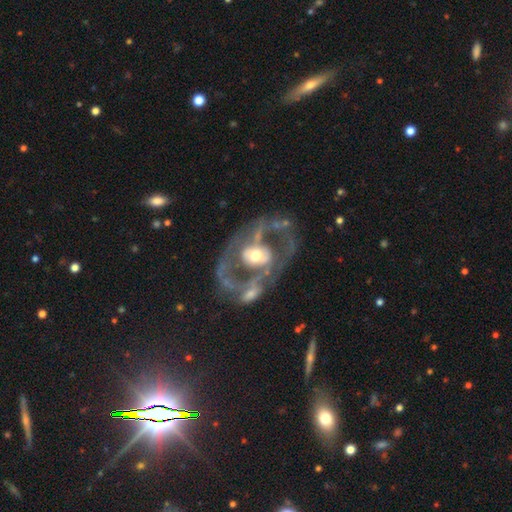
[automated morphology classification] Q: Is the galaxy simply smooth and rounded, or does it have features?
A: featured or disk — 76%.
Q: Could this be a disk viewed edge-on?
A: no — 95%.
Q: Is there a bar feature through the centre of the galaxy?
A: no — 59%.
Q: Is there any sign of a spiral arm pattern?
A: no — 53%.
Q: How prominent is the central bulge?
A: moderate — 65%.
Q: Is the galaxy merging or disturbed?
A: none — 42%.